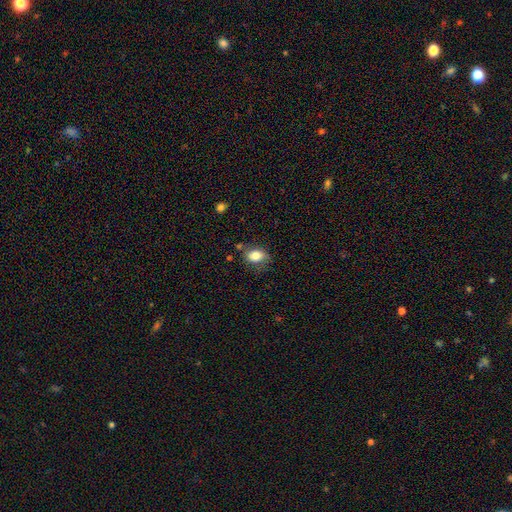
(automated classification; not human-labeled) smooth 80%, featured or disk 11%, star or artifact 9%. Down the decision tree: how rounded — in between (74%); merging — none (65%).